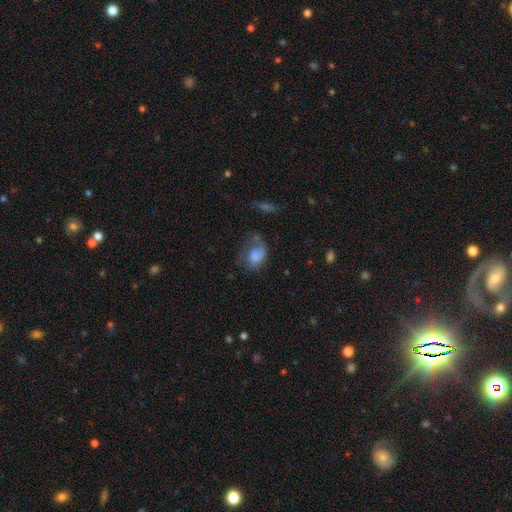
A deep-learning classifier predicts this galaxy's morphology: This appears to be a smooth galaxy with no disk features (60%) that is in between round and cigar-shaped (70%). Merging: major disturbance (37%).